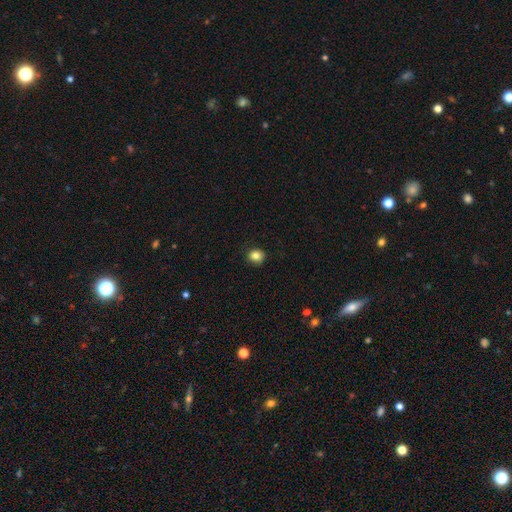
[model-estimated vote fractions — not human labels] smooth_or_featured: smooth (p=0.84) [alt: star or artifact p=0.11]
how_rounded: round (p=0.85) [alt: in between p=0.14]
merging: none (p=0.88) [alt: minor disturbance p=0.09]